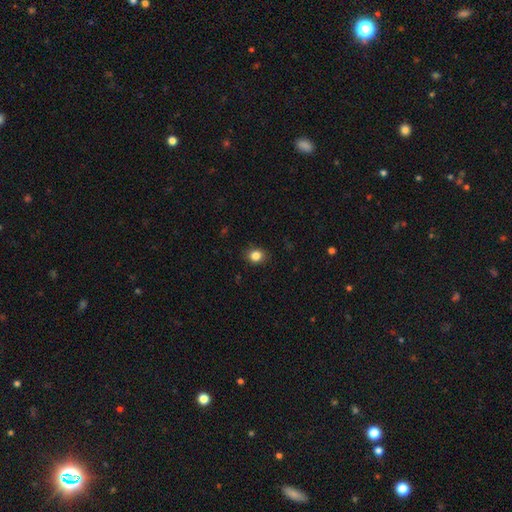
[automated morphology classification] Overall: smooth (84%). How rounded: round (68%; in between 31%). Merging: none (88%).